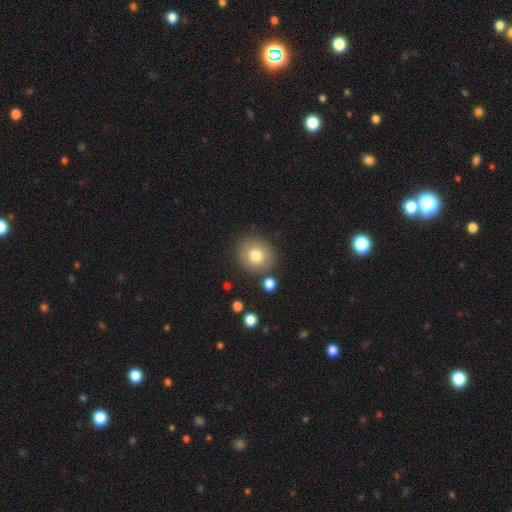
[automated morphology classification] Smooth or featured?
  - smooth: 78% *
  - featured or disk: 12%
  - star or artifact: 10%
How rounded?
  - round: 83% *
  - in between: 16%
  - cigar-shaped: 1%
Merging?
  - none: 83% *
  - minor disturbance: 9%
  - merger: 4%
  - major disturbance: 3%